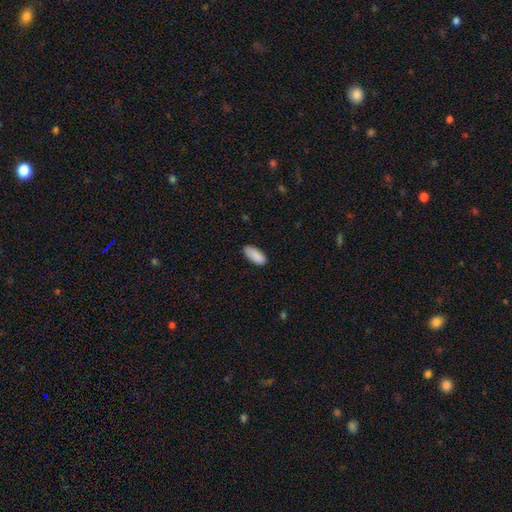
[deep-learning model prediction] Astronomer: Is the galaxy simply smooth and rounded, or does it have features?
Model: smooth — 89%.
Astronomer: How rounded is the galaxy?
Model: in between — 86%.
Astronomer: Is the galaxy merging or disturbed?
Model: none — 78%.